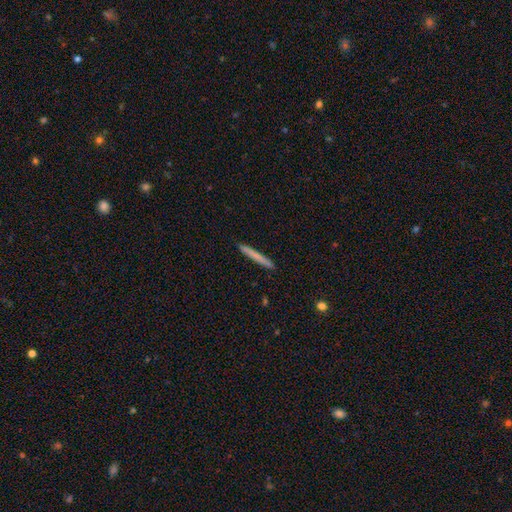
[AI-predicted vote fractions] Smooth or featured? Predicted: smooth (p=0.73). How rounded? Predicted: cigar-shaped (p=0.97). Merging? Predicted: none (p=0.93).